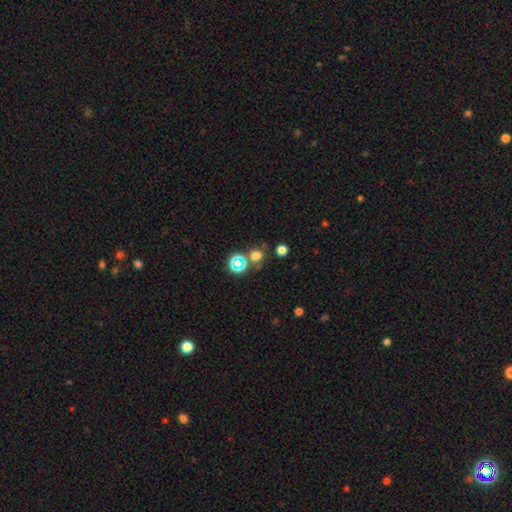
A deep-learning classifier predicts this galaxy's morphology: This is possibly a smooth galaxy (59%). How rounded: clearly round (87%). Merging: likely none (69%).